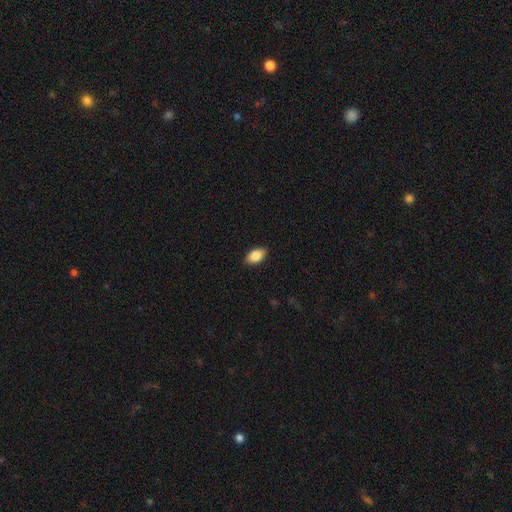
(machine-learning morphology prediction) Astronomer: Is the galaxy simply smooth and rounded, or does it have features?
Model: smooth — 86%.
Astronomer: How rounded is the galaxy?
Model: in between — 92%.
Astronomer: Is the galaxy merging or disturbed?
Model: none — 89%.